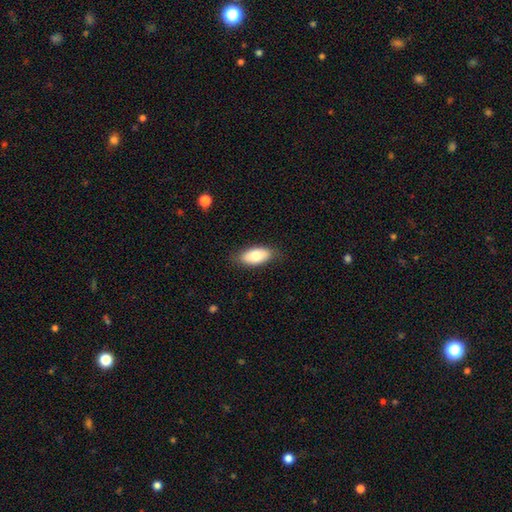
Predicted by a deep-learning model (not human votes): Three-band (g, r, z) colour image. It shows a smooth galaxy with no disk features (78%) that is in between round and cigar-shaped (92%). Merging: none (82%).